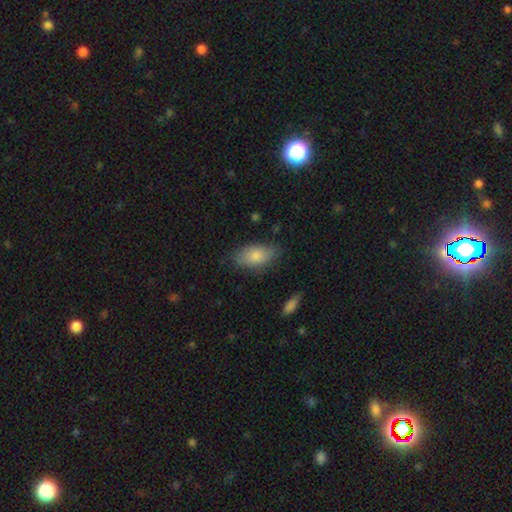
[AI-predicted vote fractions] The model was most divided on "merging": none: 73%, minor disturbance: 21%, major disturbance: 5%, merger: 2%. More confident: how rounded — in between (91%); smooth or featured — smooth (80%).